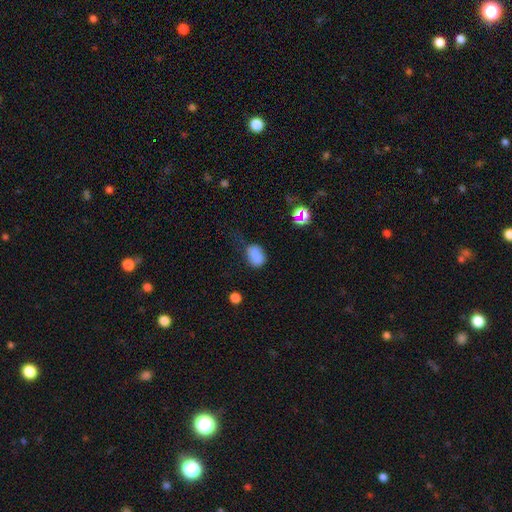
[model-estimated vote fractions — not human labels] Q: Smooth or featured?
A: smooth (80%); runner-up: star or artifact (13%)
Q: How rounded?
A: in between (74%); runner-up: round (25%)
Q: Merging?
A: none (45%); runner-up: minor disturbance (33%)